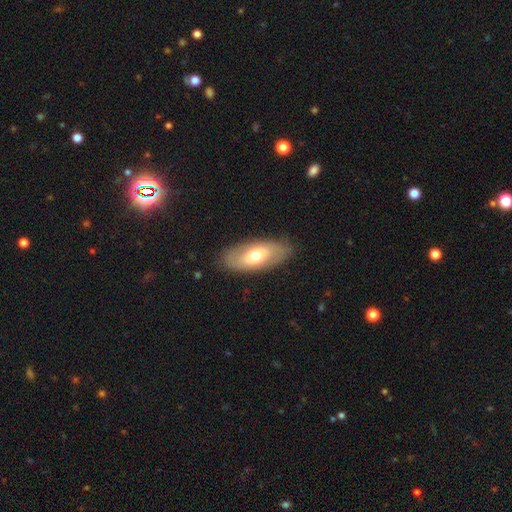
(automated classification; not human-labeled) Morphology: type=smooth (55%); roundness=in between (87%); merging=none (82%).